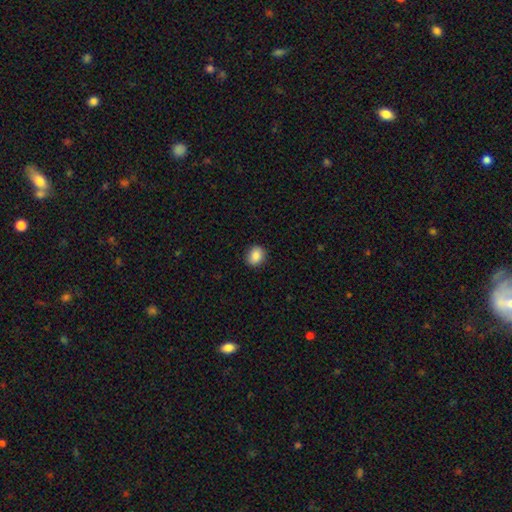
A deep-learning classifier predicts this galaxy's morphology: smooth-or-featured: smooth: 88% | star or artifact: 9% | featured or disk: 3%
  how-rounded: round: 62% | in between: 37% | cigar-shaped: 1%
  merging: none: 89% | minor disturbance: 8% | major disturbance: 2% | merger: 1%